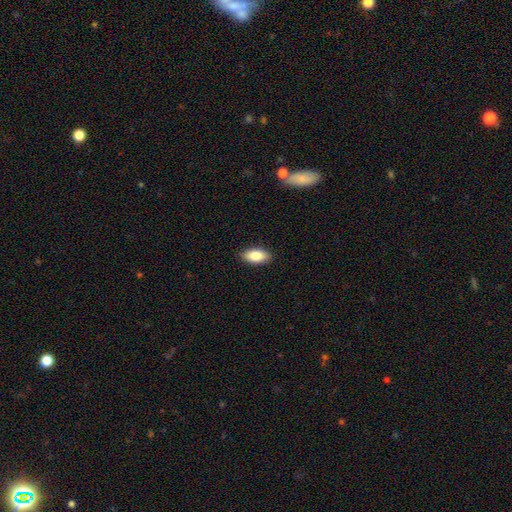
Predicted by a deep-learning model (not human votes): This appears to be a smooth galaxy with no disk features (84%) that is in between round and cigar-shaped (90%). Merging: none (88%).